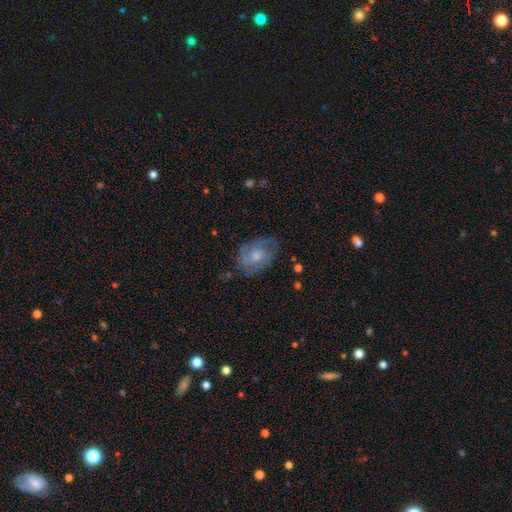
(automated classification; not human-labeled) This appears to be a featured or disk galaxy (55%) with no bar (78%), spiral arms (71%) and a moderate central bulge (54%). Merging: none (64%).